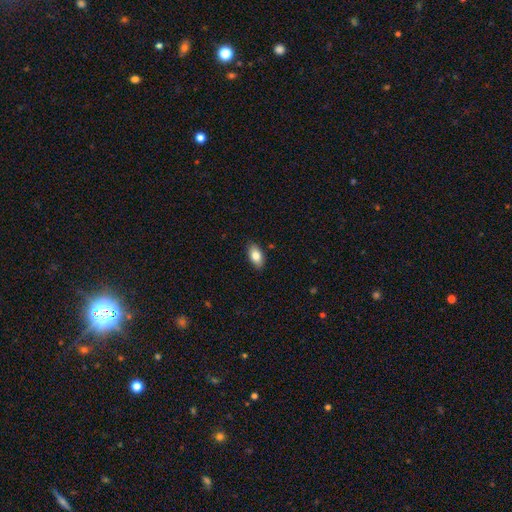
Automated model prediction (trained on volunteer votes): Morphology: type=smooth (82%); roundness=in between (92%); merging=none (88%).